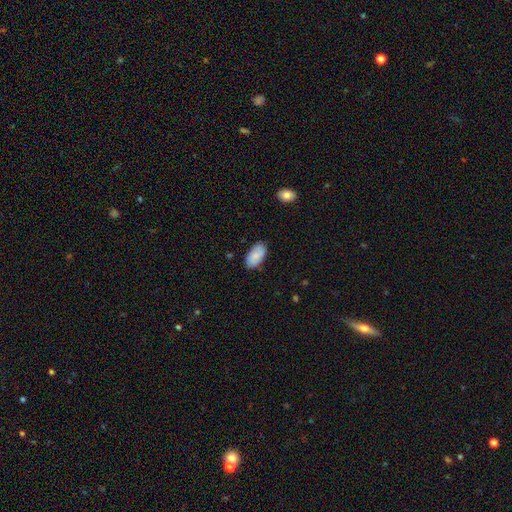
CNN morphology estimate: Smooth or featured? Predicted: smooth (p=0.86). How rounded? Predicted: in between (p=0.95). Merging? Predicted: none (p=0.83).